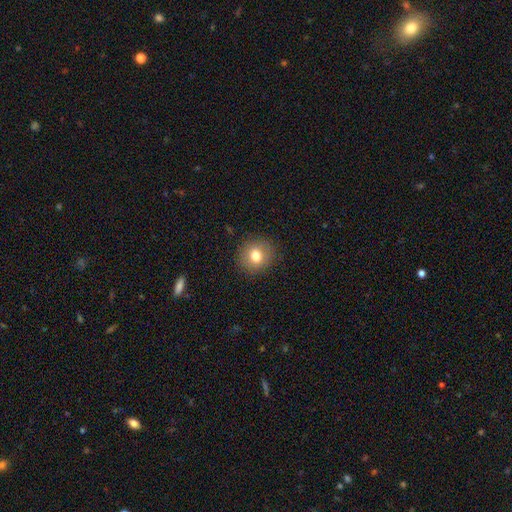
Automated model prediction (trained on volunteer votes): A smooth galaxy with no disk features (78%) that is round (86%). Merging: none (89%).